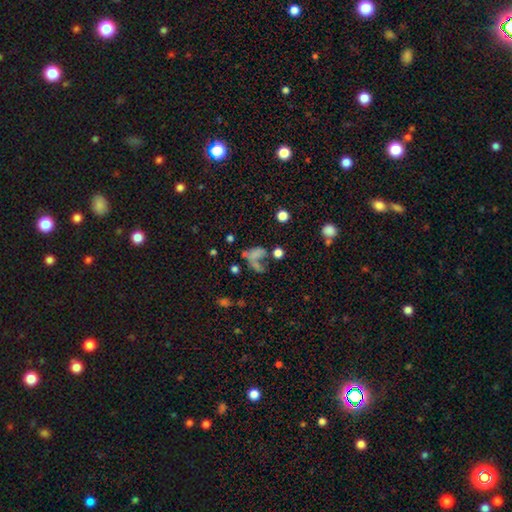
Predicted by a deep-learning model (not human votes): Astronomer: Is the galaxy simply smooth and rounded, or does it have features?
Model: smooth — 56%.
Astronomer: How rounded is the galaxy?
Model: in between — 69%.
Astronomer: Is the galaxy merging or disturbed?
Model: major disturbance — 31% (runner-up: merger, 29%).